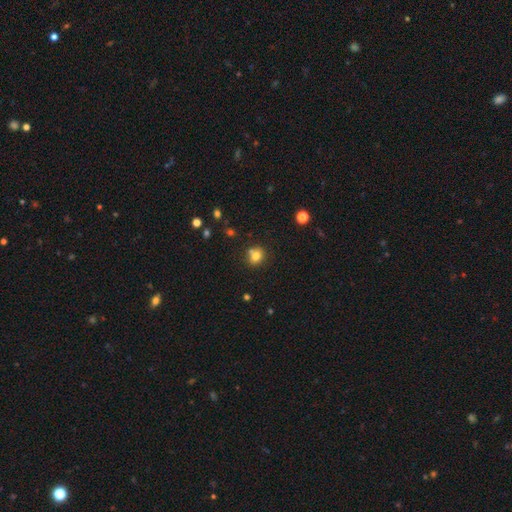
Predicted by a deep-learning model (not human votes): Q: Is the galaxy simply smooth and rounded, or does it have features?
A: smooth — 76%.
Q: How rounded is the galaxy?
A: round — 72%.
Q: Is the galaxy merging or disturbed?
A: none — 62%.